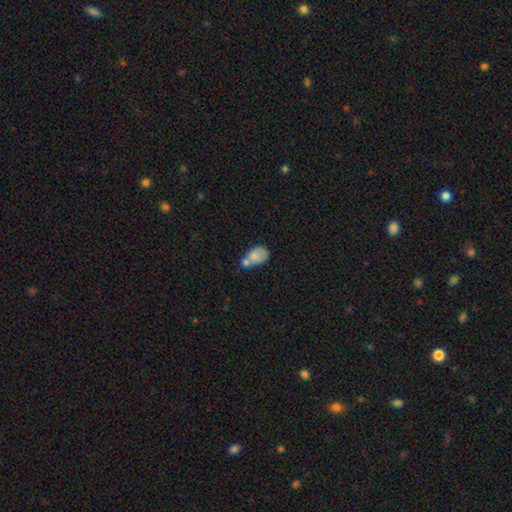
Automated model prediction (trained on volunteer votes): Smooth or featured: smooth — 75% (featured or disk — 17%)
How rounded: in between — 82% (round — 16%)
Merging: merger — 43% (none — 30%)